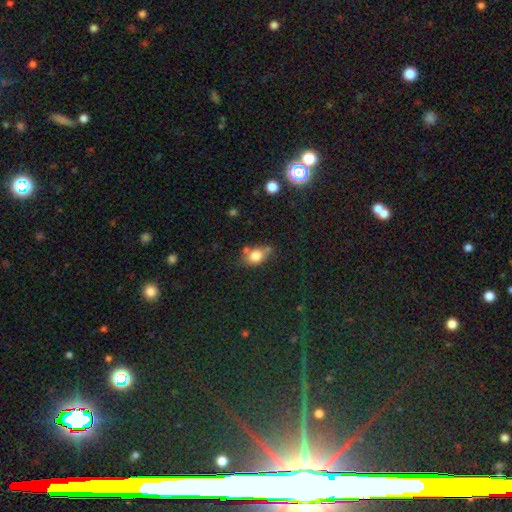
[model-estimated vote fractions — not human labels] smooth_or_featured: smooth (p=0.78) [alt: featured or disk p=0.12]
how_rounded: in between (p=0.70) [alt: round p=0.27]
merging: none (p=0.55) [alt: minor disturbance p=0.24]